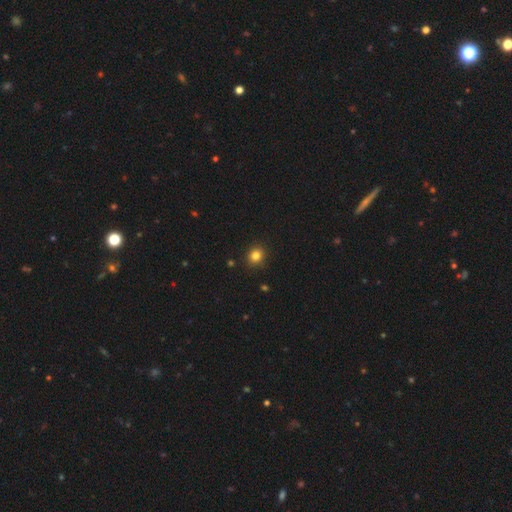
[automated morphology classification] Q: Smooth or featured?
A: smooth (83%); runner-up: star or artifact (13%)
Q: How rounded?
A: round (78%); runner-up: in between (21%)
Q: Merging?
A: none (90%); runner-up: minor disturbance (7%)